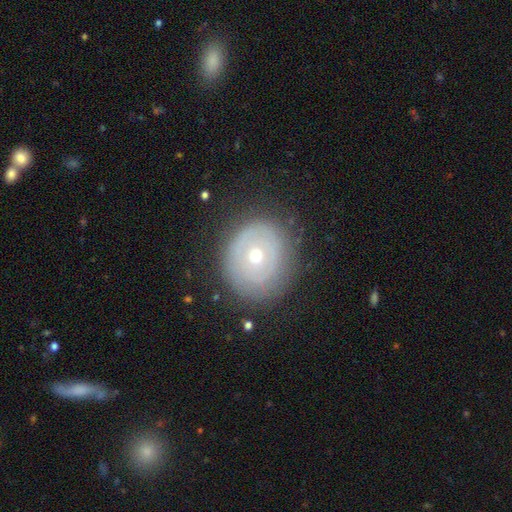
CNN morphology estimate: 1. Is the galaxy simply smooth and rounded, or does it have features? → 54% featured or disk, 39% smooth, 7% star or artifact.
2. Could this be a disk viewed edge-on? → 95% no, 5% yes.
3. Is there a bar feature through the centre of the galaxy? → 88% no, 9% weak, 2% strong.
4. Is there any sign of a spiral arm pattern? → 63% no, 37% yes.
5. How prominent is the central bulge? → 70% moderate, 22% small, 6% large, 1% dominant, 1% none.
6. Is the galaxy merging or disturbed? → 77% none, 16% minor disturbance, 6% major disturbance, 1% merger.